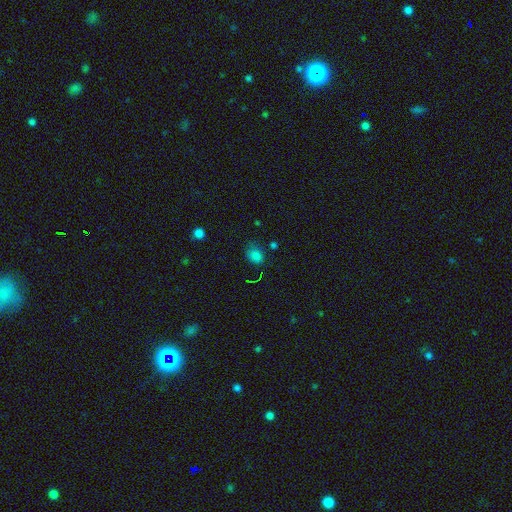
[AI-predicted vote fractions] Smooth or featured?
  - smooth: 74% *
  - star or artifact: 20%
  - featured or disk: 6%
How rounded?
  - in between: 65% *
  - round: 34%
  - cigar-shaped: 1%
Merging?
  - none: 62% *
  - minor disturbance: 26%
  - major disturbance: 9%
  - merger: 4%